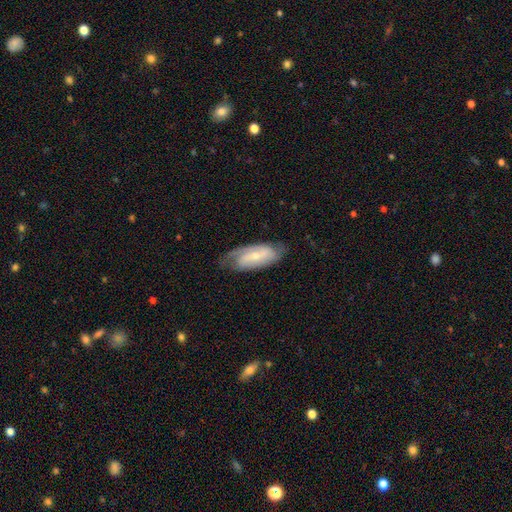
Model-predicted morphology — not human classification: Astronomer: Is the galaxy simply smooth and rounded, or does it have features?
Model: featured or disk — 70%.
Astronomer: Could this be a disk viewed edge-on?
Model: no — 90%.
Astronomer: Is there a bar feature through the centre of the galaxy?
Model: weak — 38% (runner-up: no, 36%).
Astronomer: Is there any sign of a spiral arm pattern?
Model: yes — 89%.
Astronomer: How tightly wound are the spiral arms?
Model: medium — 41% (runner-up: tight, 39%).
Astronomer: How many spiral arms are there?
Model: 2 — 69%.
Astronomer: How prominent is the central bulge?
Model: small — 65%.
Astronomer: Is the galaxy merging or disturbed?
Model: none — 69%.